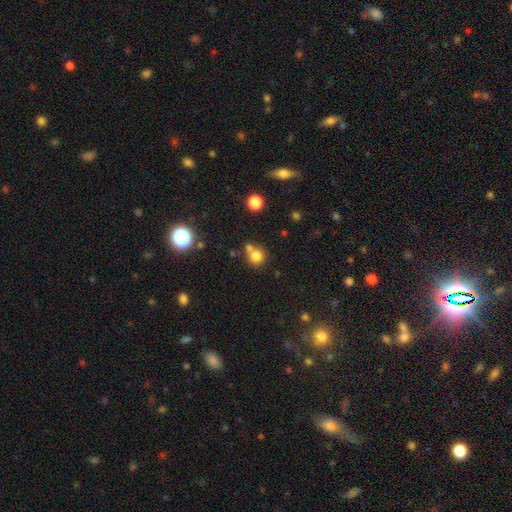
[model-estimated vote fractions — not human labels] Smooth or featured: smooth — 78% (star or artifact — 14%)
How rounded: round — 90% (in between — 9%)
Merging: none — 58% (merger — 31%)